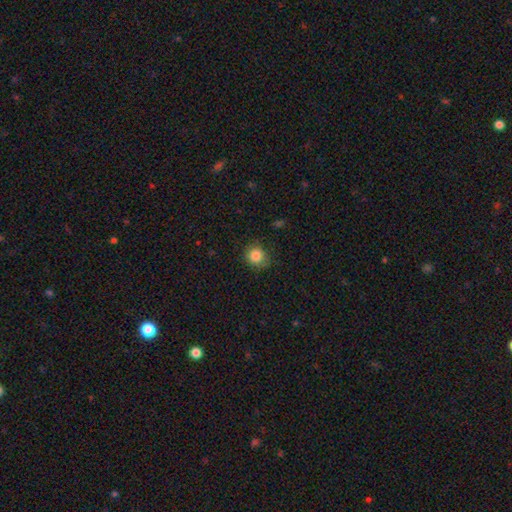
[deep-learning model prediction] Smooth or featured? Predicted: smooth (p=0.84). How rounded? Predicted: round (p=0.83). Merging? Predicted: none (p=0.76).